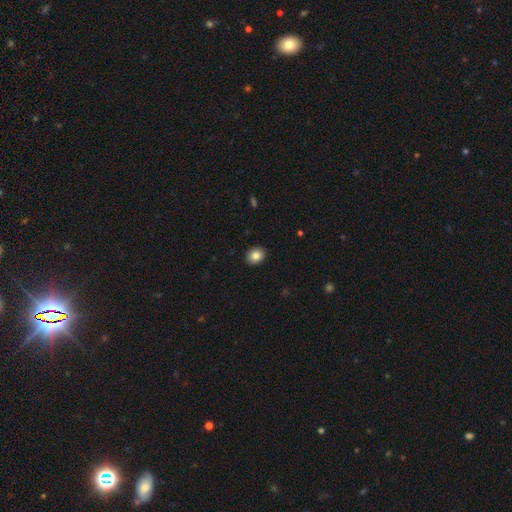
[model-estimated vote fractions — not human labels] This is clearly a smooth galaxy (85%). How rounded: possibly in between (53%). Merging: clearly none (91%).